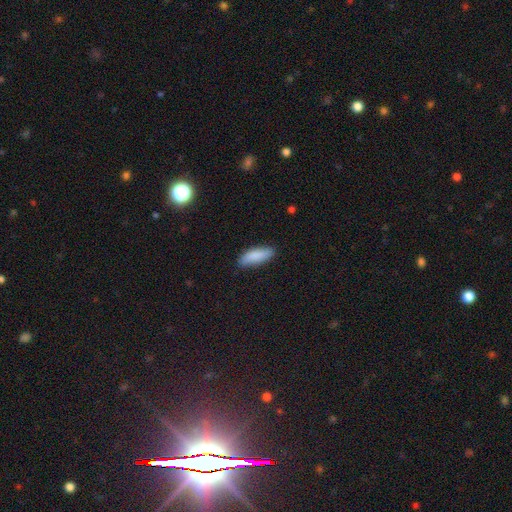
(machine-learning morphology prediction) This appears to be a smooth galaxy with no disk features (85%) that is in between round and cigar-shaped (59%). Merging: none (83%).